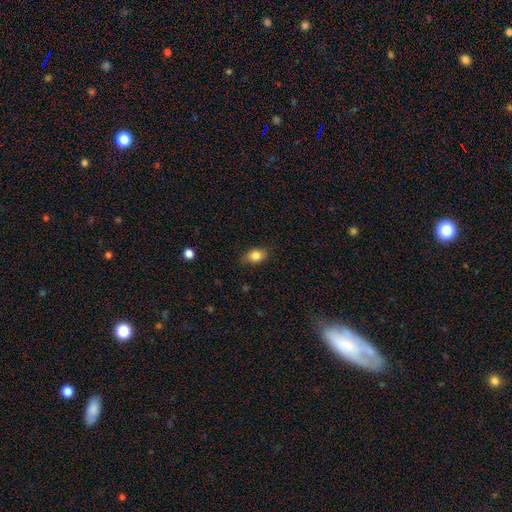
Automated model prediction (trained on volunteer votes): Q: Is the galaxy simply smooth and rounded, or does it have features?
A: smooth — 83%.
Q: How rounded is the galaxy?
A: in between — 79%.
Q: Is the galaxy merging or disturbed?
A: none — 81%.